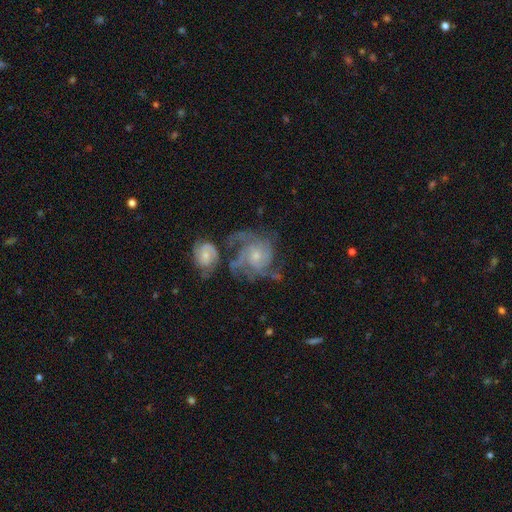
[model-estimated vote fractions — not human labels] Smooth or featured? Predicted: featured or disk (p=0.83). Edge-on disk? Predicted: no (p=0.98). Bar? Predicted: no (p=0.71). Spiral arms? Predicted: yes (p=0.93). Spiral winding? Predicted: tight (p=0.48). Spiral arm count? Predicted: 3 (p=0.31). Bulge size? Predicted: small (p=0.62). Merging? Predicted: none (p=0.38).